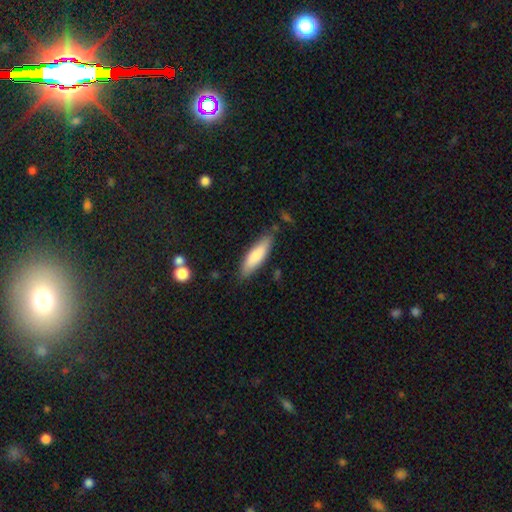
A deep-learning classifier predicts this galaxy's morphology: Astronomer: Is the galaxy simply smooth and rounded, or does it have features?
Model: smooth — 81%.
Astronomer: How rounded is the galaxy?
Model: cigar-shaped — 61% (runner-up: in between, 38%).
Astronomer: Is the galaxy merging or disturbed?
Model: none — 82%.